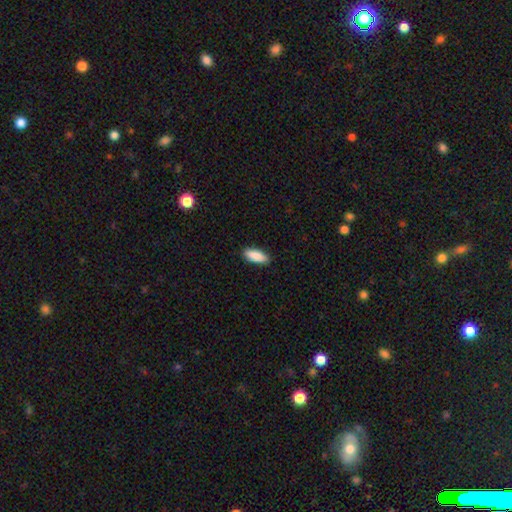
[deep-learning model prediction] Smooth or featured? smooth (89%)
How rounded? in between (75%)
Merging? none (88%)